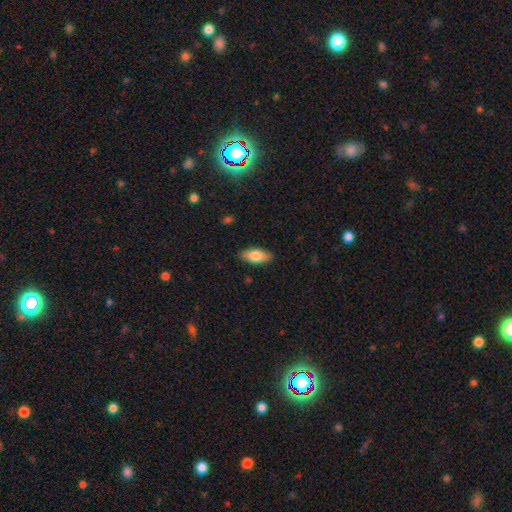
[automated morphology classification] Q: Smooth or featured?
A: smooth (74%); runner-up: featured or disk (20%)
Q: How rounded?
A: in between (82%); runner-up: cigar-shaped (15%)
Q: Merging?
A: none (88%); runner-up: minor disturbance (9%)